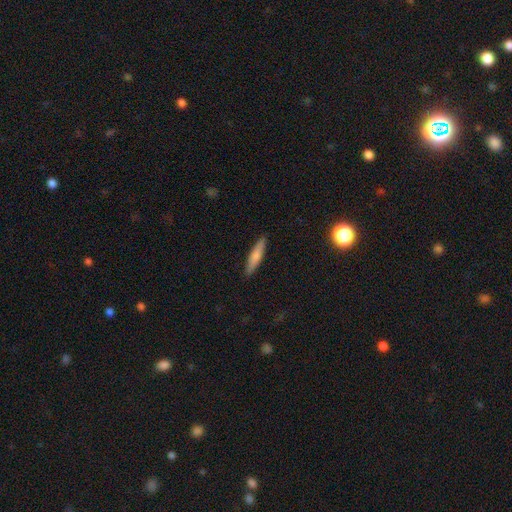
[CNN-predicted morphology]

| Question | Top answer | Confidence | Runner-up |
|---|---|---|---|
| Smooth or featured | smooth | 73% | featured or disk (21%) |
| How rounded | cigar-shaped | 84% | in between (14%) |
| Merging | none | 90% | minor disturbance (7%) |